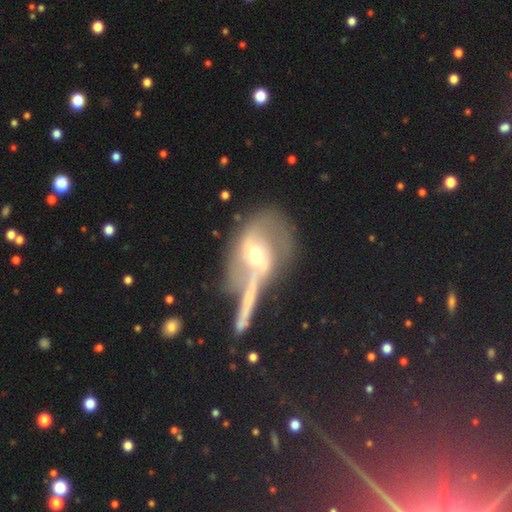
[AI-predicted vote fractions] Smooth or featured: featured or disk — 70% (smooth — 22%)
Edge-on disk: no — 89% (yes — 11%)
Bar: no — 44% (weak — 34%)
Spiral arms: yes — 69% (no — 31%)
Bulge size: moderate — 62% (small — 30%)
Merging: merger — 35% (none — 30%)